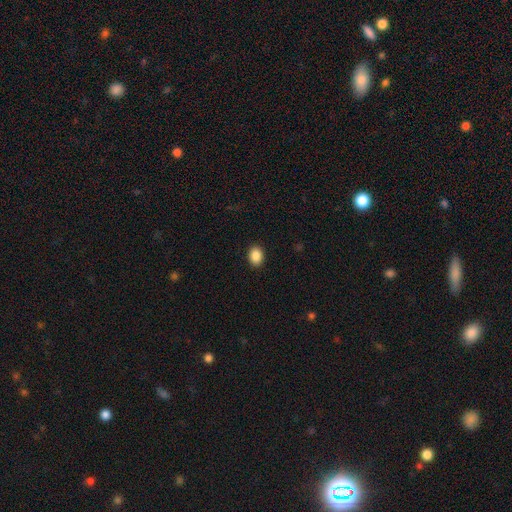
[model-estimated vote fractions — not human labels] smooth_or_featured: smooth (p=0.88) [alt: star or artifact p=0.08]
how_rounded: in between (p=0.66) [alt: round p=0.33]
merging: none (p=0.91) [alt: minor disturbance p=0.07]